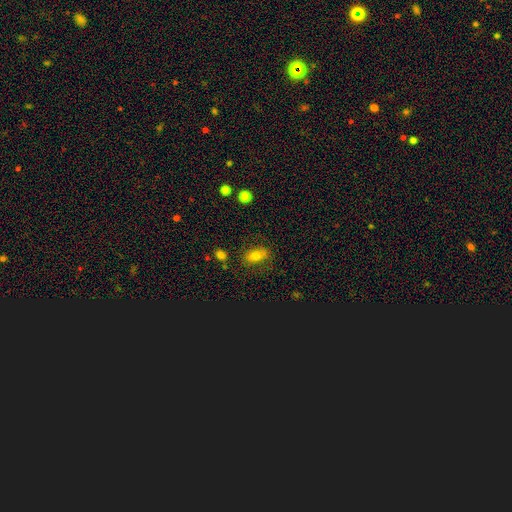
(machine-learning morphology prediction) Smooth or featured? smooth (72%)
How rounded? in between (83%)
Merging? none (77%)